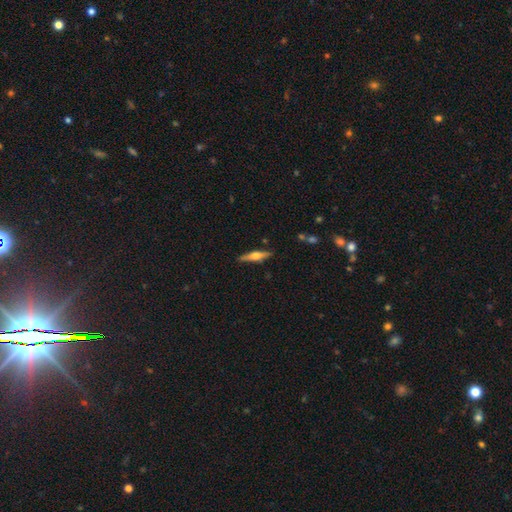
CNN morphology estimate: Q: Smooth or featured?
A: featured or disk (64%); runner-up: smooth (30%)
Q: Edge-on disk?
A: yes (97%); runner-up: no (3%)
Q: Edge-on bulge?
A: rounded (89%); runner-up: boxy (8%)
Q: Merging?
A: none (88%); runner-up: minor disturbance (9%)